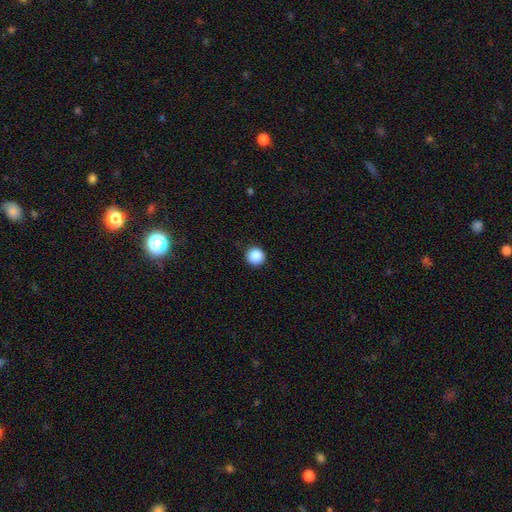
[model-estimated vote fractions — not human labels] A smooth galaxy with no disk features (88%) that is round (95%). Merging: none (91%).